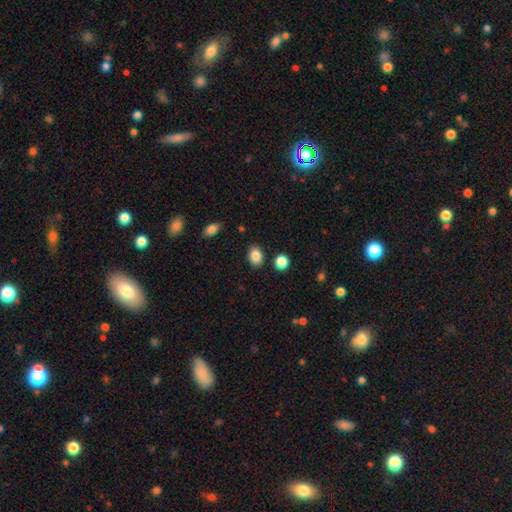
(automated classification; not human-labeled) smooth-or-featured: smooth: 87% | star or artifact: 9% | featured or disk: 5%
  how-rounded: in between: 71% | round: 28% | cigar-shaped: 1%
  merging: none: 85% | minor disturbance: 9% | merger: 4% | major disturbance: 2%